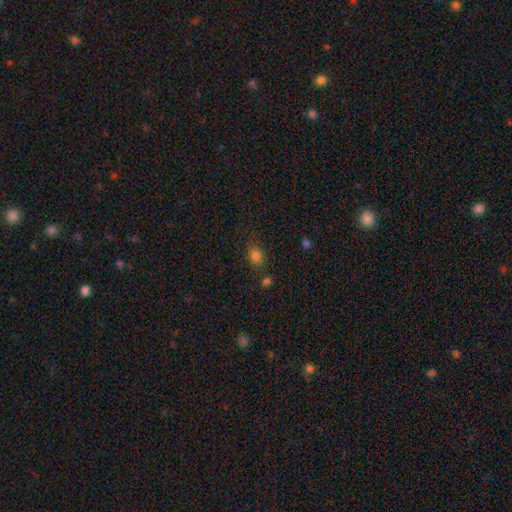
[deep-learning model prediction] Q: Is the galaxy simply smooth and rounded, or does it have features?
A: smooth — 78%.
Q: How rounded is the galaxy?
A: in between — 51%.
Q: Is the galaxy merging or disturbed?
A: none — 78%.